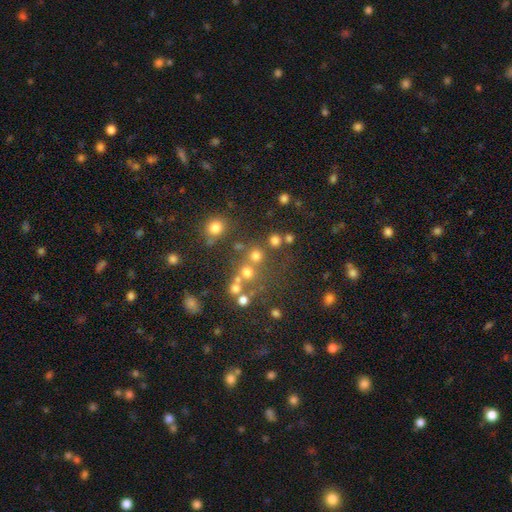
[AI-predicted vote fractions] This appears to be a smooth galaxy with no disk features (69%) that is round (91%). Merging: none (68%).